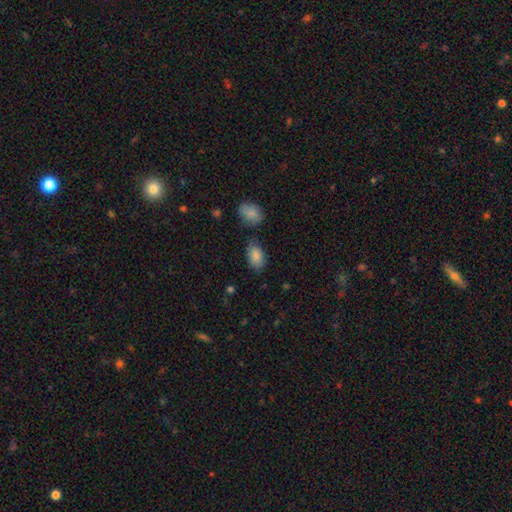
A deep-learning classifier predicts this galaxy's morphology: smooth_or_featured: smooth (p=0.87) [alt: star or artifact p=0.07]
how_rounded: in between (p=0.90) [alt: round p=0.08]
merging: none (p=0.71) [alt: minor disturbance p=0.19]